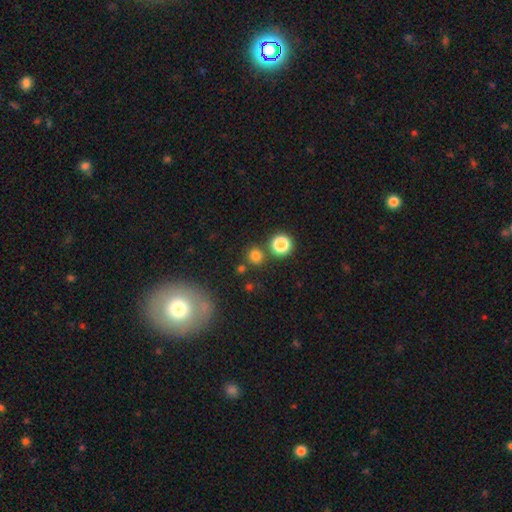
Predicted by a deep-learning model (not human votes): A smooth galaxy with no disk features (75%) that is round (90%).

Vote fractions:
- Smooth or featured? smooth: 75% / star or artifact: 20% / featured or disk: 5%
- How rounded? round: 90% / in between: 8% / cigar-shaped: 1%
- Merging? none: 79% / merger: 11% / minor disturbance: 7% / major disturbance: 3%